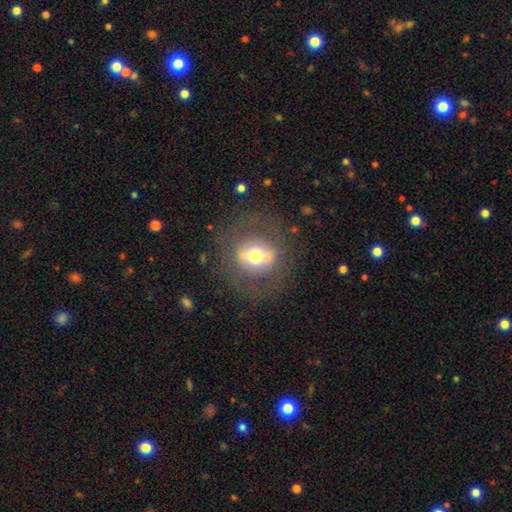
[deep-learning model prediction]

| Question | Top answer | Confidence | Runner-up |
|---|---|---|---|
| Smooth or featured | smooth | 45% | featured or disk (43%) |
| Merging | none | 71% | minor disturbance (14%) |